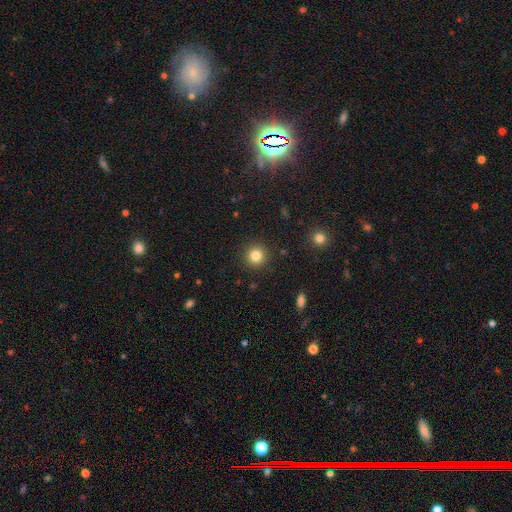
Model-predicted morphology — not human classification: smooth_or_featured: smooth (p=0.83) [alt: star or artifact p=0.12]
how_rounded: round (p=0.94) [alt: in between p=0.05]
merging: none (p=0.91) [alt: minor disturbance p=0.06]